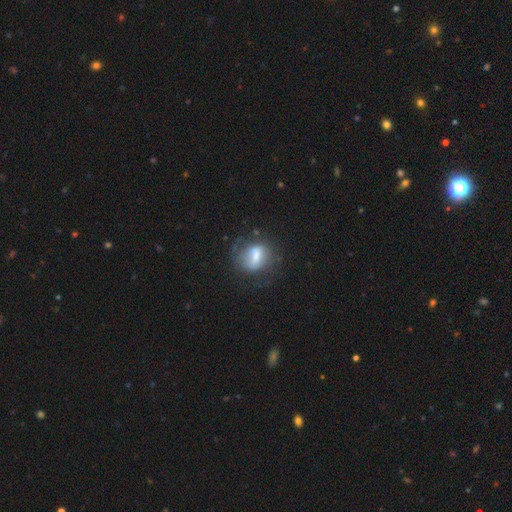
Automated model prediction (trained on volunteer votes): smooth_or_featured: smooth (p=0.54) [alt: featured or disk p=0.37]
how_rounded: in between (p=0.53) [alt: round p=0.43]
merging: none (p=0.53) [alt: minor disturbance p=0.25]